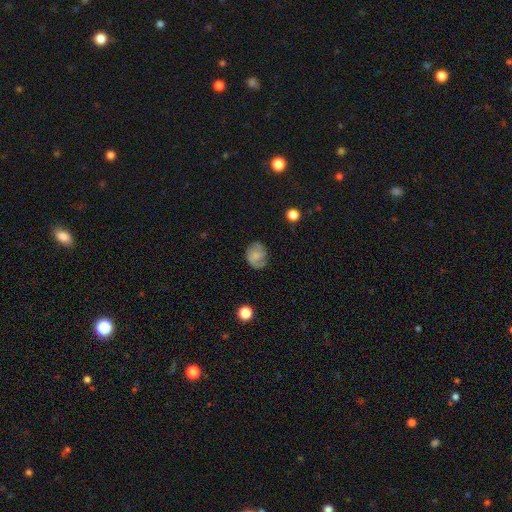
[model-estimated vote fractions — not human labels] A smooth galaxy with no disk features (51%) that is round (65%).

Vote fractions:
- Smooth or featured? smooth: 51% / featured or disk: 40% / star or artifact: 9%
- How rounded? round: 65% / in between: 34% / cigar-shaped: 1%
- Merging? none: 67% / minor disturbance: 23% / major disturbance: 9% / merger: 1%